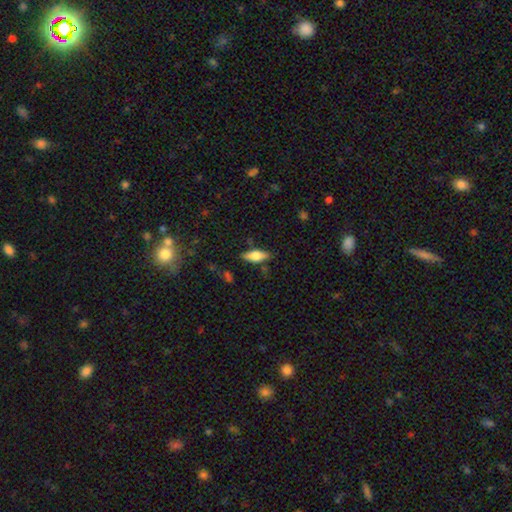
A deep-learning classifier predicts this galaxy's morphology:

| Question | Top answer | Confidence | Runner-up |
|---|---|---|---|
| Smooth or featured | smooth | 62% | featured or disk (30%) |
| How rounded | in between | 73% | cigar-shaped (24%) |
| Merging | none | 81% | minor disturbance (13%) |